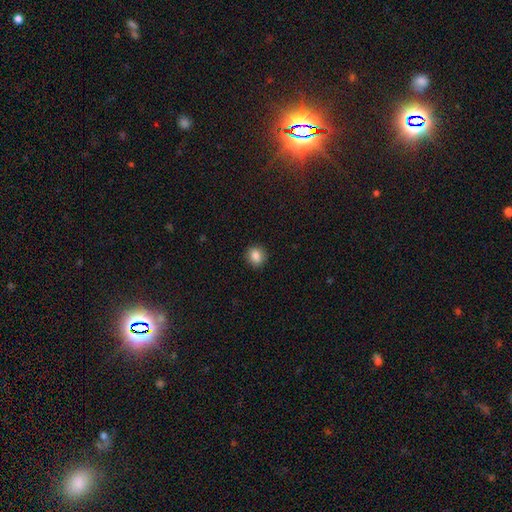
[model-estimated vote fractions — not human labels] smooth_or_featured: smooth (p=0.85) [alt: star or artifact p=0.10]
how_rounded: round (p=0.77) [alt: in between p=0.22]
merging: none (p=0.89) [alt: minor disturbance p=0.08]